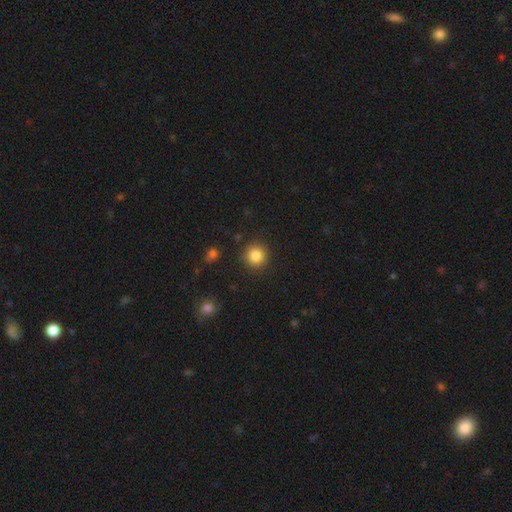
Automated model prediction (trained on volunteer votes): Smooth or featured? Predicted: smooth (p=0.85). How rounded? Predicted: round (p=0.93). Merging? Predicted: none (p=0.90).